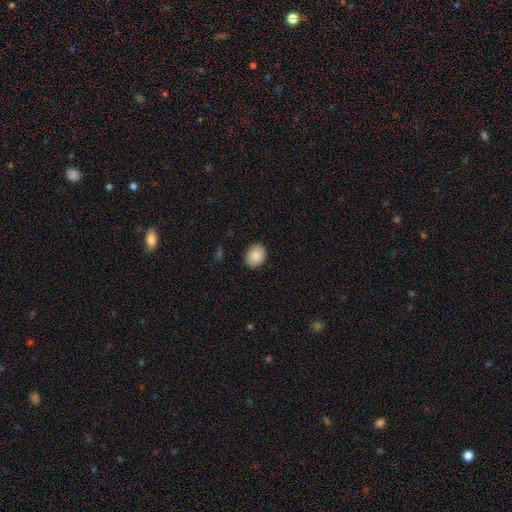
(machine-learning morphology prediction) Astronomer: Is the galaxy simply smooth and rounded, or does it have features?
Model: smooth — 88%.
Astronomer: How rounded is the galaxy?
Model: in between — 62% (runner-up: round, 37%).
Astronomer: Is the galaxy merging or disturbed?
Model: none — 89%.